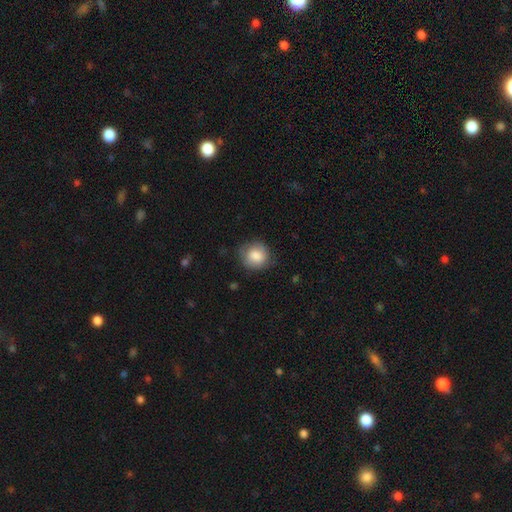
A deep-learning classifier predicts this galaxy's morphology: Overall: smooth (82%). How rounded: round (85%). Merging: none (74%).